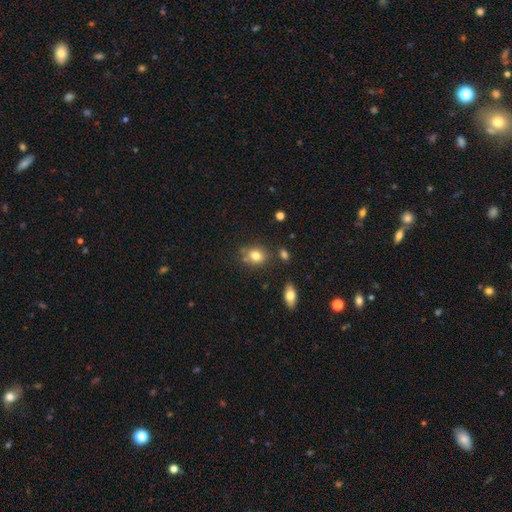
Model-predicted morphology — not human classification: Overall: smooth (79%). How rounded: round (59%; in between 40%). Merging: none (70%).